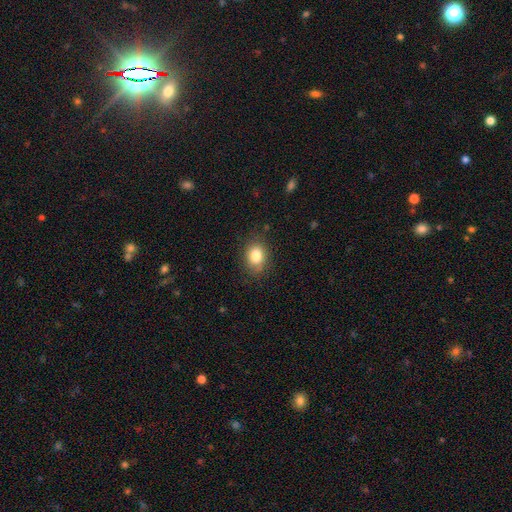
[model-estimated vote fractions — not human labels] Smooth or featured? Predicted: smooth (p=0.83). How rounded? Predicted: in between (p=0.61). Merging? Predicted: none (p=0.80).